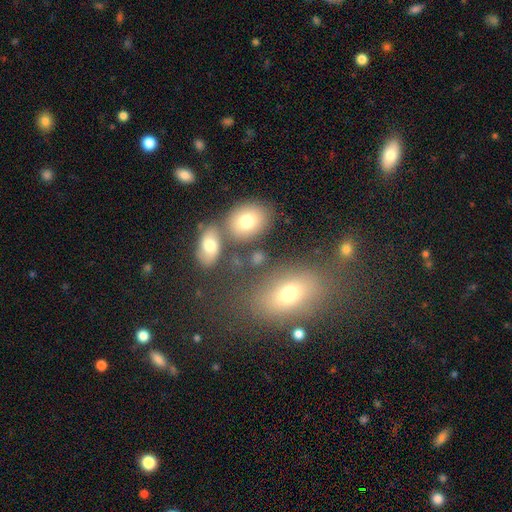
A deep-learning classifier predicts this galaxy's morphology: Smooth or featured?
  - smooth: 59% *
  - star or artifact: 23%
  - featured or disk: 18%
How rounded?
  - in between: 76% *
  - round: 19%
  - cigar-shaped: 5%
Merging?
  - none: 66% *
  - merger: 17%
  - minor disturbance: 12%
  - major disturbance: 5%